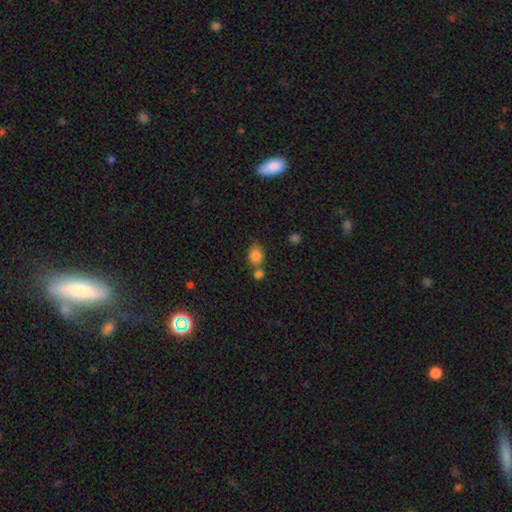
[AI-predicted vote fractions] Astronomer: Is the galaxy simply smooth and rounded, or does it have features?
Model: smooth — 82%.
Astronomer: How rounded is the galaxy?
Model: in between — 52% (runner-up: round, 47%).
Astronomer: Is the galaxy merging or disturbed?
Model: none — 55%.